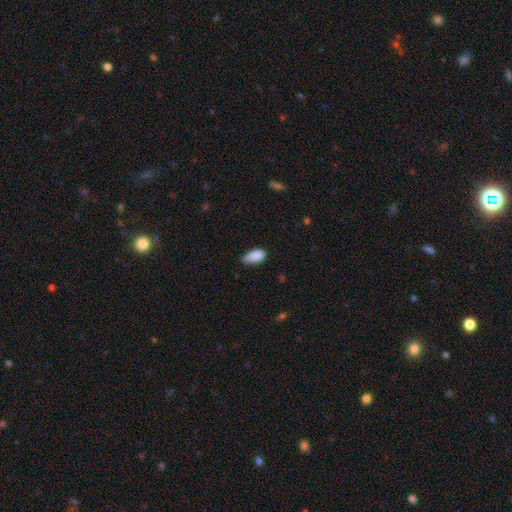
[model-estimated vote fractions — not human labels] smooth_or_featured: smooth (p=0.86) [alt: star or artifact p=0.08]
how_rounded: in between (p=0.92) [alt: cigar-shaped p=0.04]
merging: none (p=0.45) [tied with: minor disturbance p=0.45]